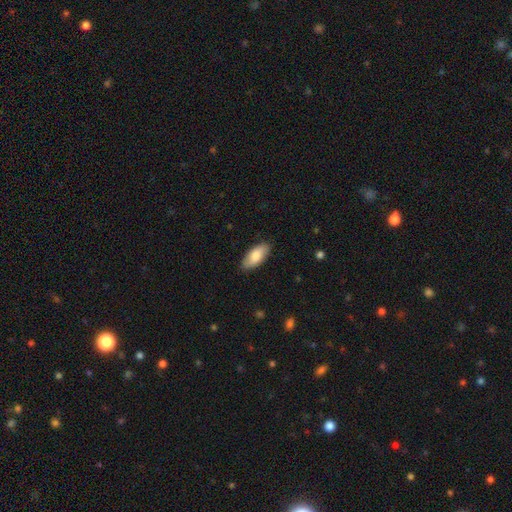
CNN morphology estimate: This is likely a smooth galaxy (80%). How rounded: clearly in between (88%). Merging: clearly none (86%).